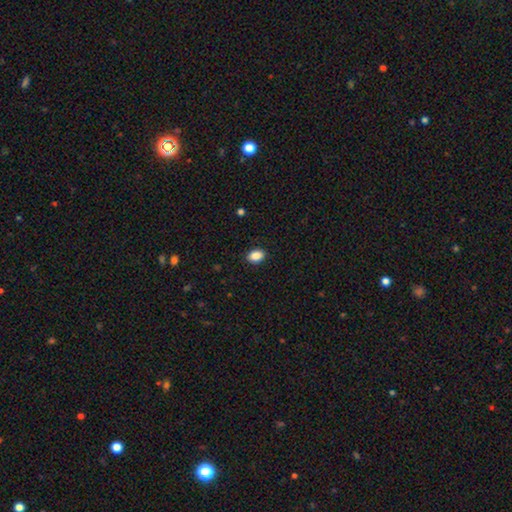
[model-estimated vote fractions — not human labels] Smooth or featured? smooth (88%)
How rounded? in between (79%)
Merging? none (89%)